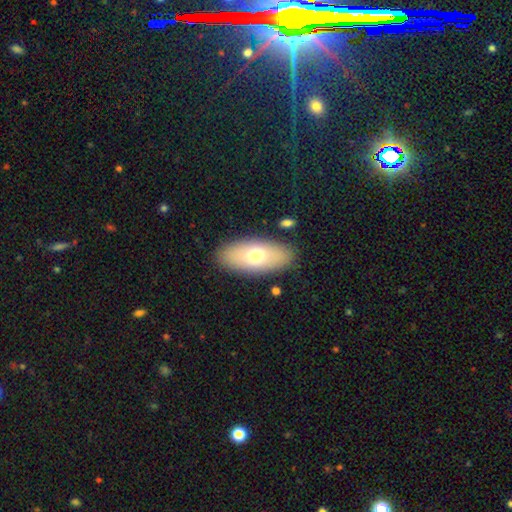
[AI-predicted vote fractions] This appears to be a smooth galaxy with no disk features (68%) that is in between round and cigar-shaped (89%). Merging: none (86%).